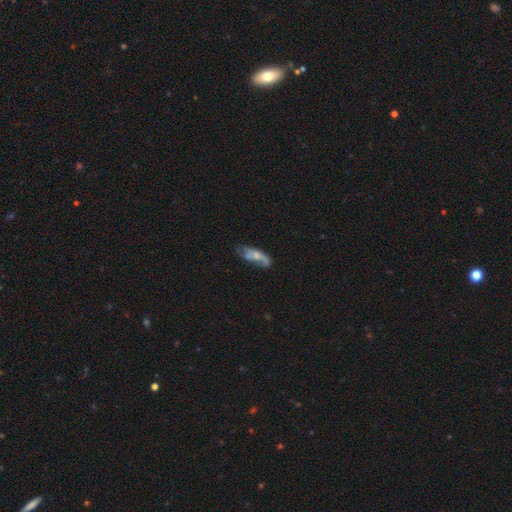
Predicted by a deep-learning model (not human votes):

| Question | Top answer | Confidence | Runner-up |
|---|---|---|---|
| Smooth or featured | featured or disk | 48% | smooth (44%) |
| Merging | none | 40% | minor disturbance (31%) |